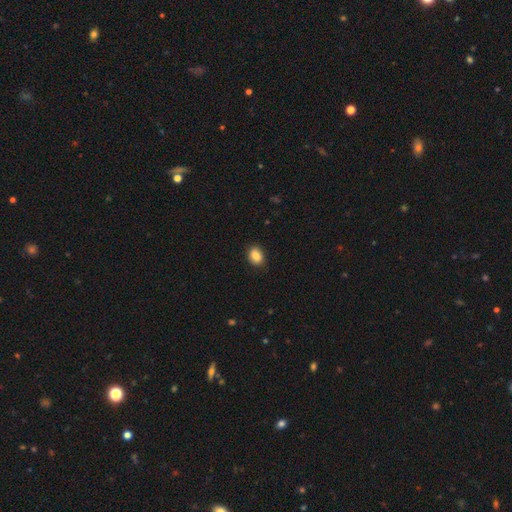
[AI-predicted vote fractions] A smooth galaxy with no disk features (86%) that is in between round and cigar-shaped (74%).

Vote fractions:
- Smooth or featured? smooth: 86% / star or artifact: 8% / featured or disk: 5%
- How rounded? in between: 74% / round: 25% / cigar-shaped: 1%
- Merging? none: 88% / minor disturbance: 9% / major disturbance: 2% / merger: 1%